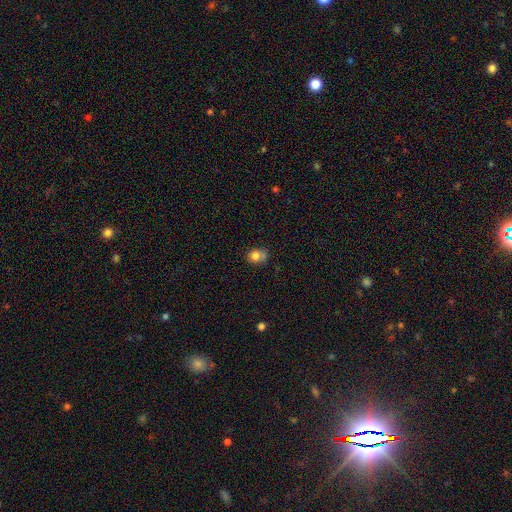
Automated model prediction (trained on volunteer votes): Morphology: type=smooth (80%); roundness=round (61%); merging=none (51%).